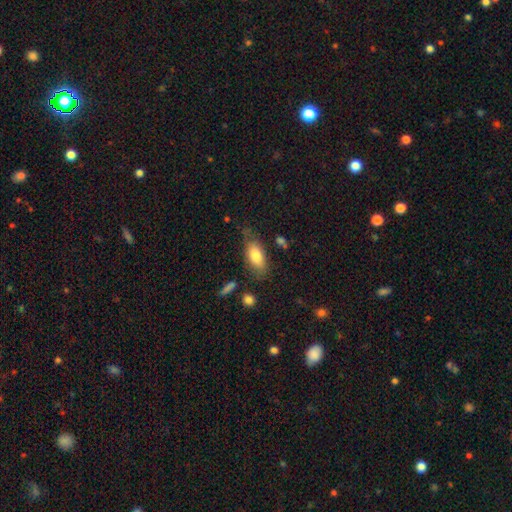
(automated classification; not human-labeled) The model was most divided on "merging": none: 61%, minor disturbance: 26%, major disturbance: 9%, merger: 4%. More confident: how rounded — in between (85%); smooth or featured — smooth (77%).